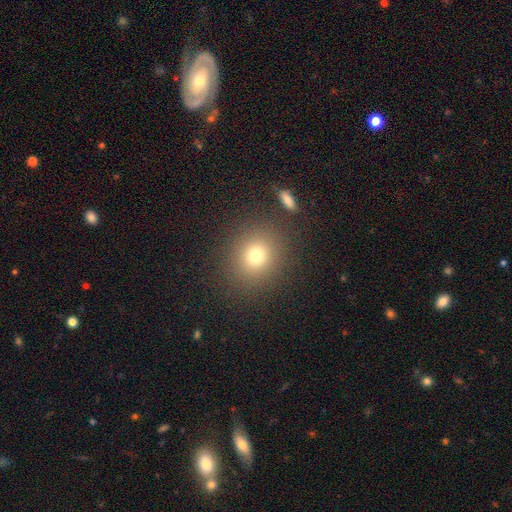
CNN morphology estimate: This appears to be a smooth galaxy with no disk features (75%) that is round (81%). Merging: none (86%).